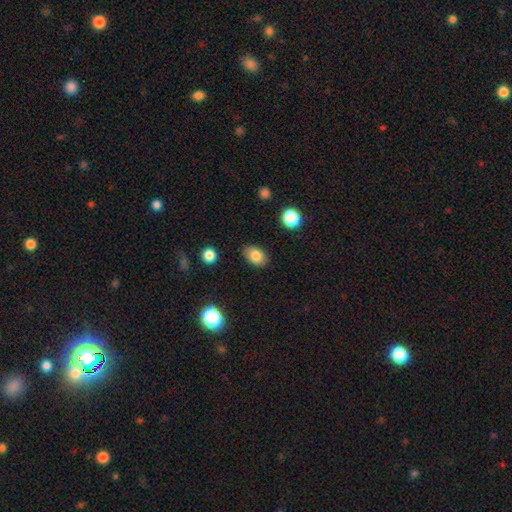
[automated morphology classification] Smooth or featured? Predicted: smooth (p=0.82). How rounded? Predicted: in between (p=0.83). Merging? Predicted: none (p=0.84).